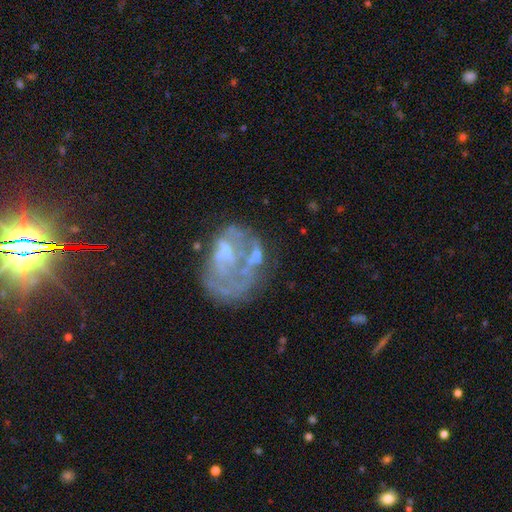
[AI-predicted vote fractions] Morphology: type=featured or disk (69%); edge-on=no (98%); bar=no (75%); spiral arms=no (71%); bulge=none (54%); merging=none (35%).